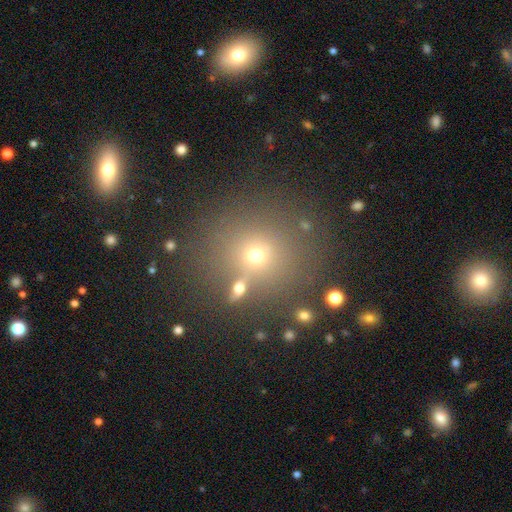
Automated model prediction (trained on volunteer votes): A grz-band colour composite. It shows a smooth galaxy with no disk features (61%) that is round (86%). Merging: none (78%).